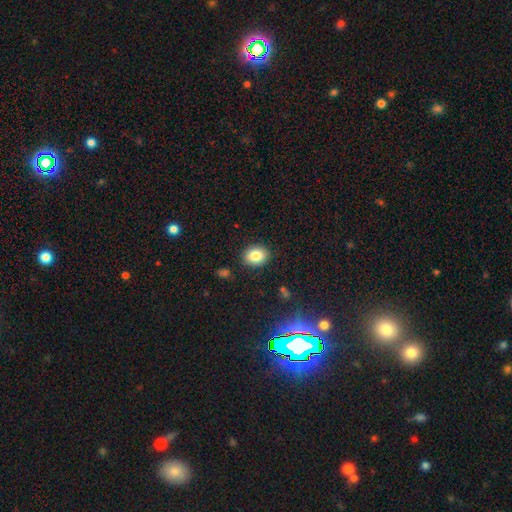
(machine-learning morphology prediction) A smooth galaxy with no disk features (84%) that is round (50%). Merging: none (88%).